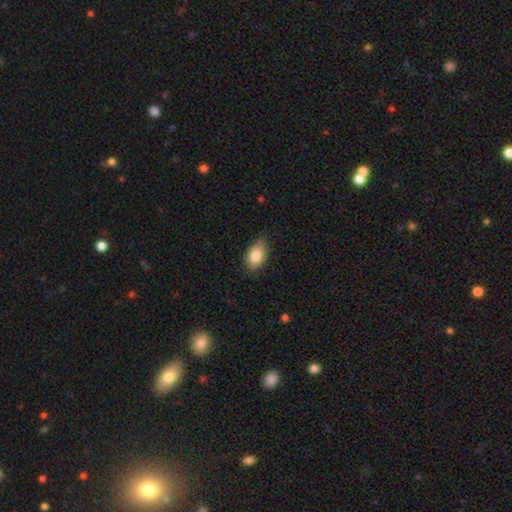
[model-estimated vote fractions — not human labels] A smooth galaxy with no disk features (86%) that is in between round and cigar-shaped (90%). Merging: none (82%).